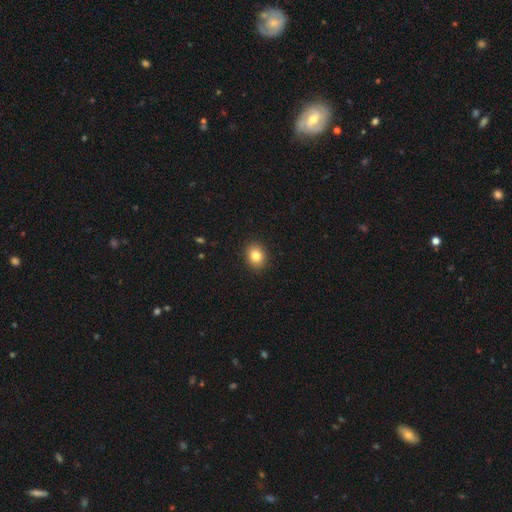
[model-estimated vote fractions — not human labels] smooth 83%, star or artifact 9%, featured or disk 7%. Down the decision tree: how rounded — round (52%); merging — none (91%).